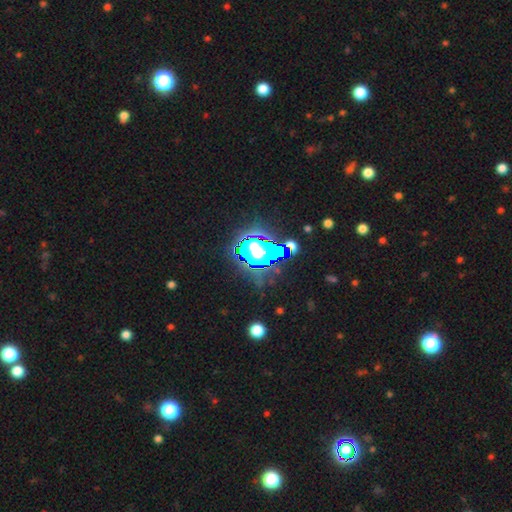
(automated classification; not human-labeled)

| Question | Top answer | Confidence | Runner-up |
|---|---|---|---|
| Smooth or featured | star or artifact | 53% | smooth (27%) |